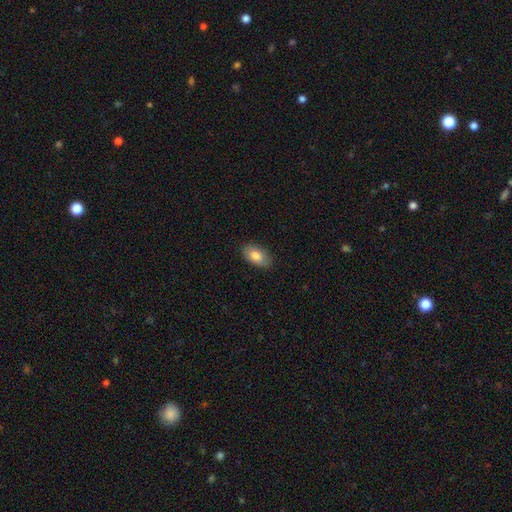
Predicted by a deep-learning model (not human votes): smooth_or_featured: smooth (p=0.82) [alt: featured or disk p=0.11]
how_rounded: in between (p=0.93) [alt: round p=0.05]
merging: none (p=0.87) [alt: minor disturbance p=0.10]